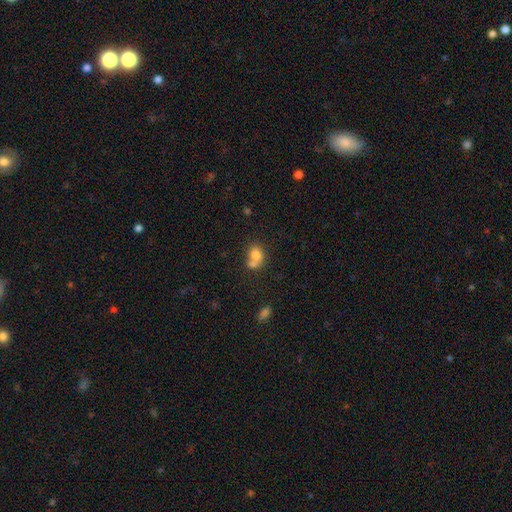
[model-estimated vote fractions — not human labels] smooth 76%, featured or disk 14%, star or artifact 10%. Down the decision tree: how rounded — round (50%); merging — merger (53%).